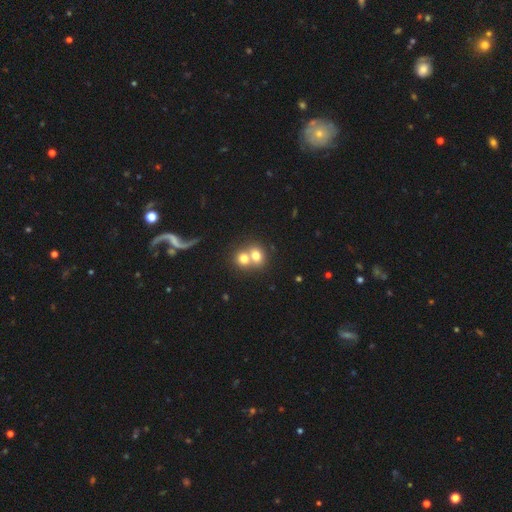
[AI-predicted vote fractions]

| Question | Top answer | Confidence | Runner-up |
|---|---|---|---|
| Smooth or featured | smooth | 71% | featured or disk (18%) |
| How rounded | round | 66% | in between (33%) |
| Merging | merger | 65% | none (27%) |